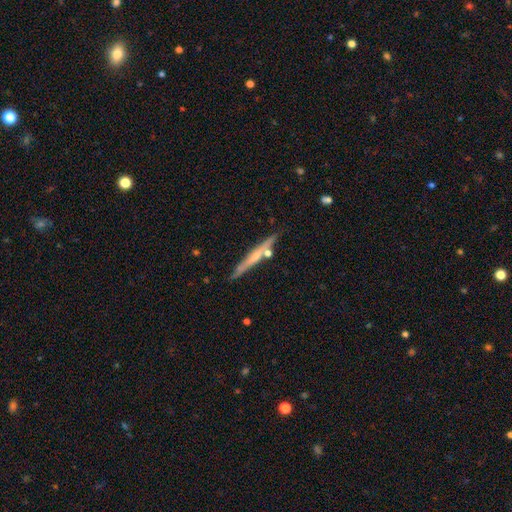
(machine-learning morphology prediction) type=featured or disk (54%); edge-on=yes (95%); edge-on bulge=none (50%); merging=none (78%).